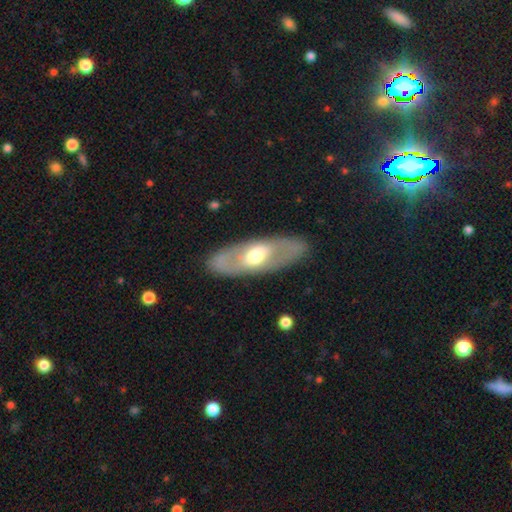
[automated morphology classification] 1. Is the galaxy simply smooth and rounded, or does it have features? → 59% featured or disk, 36% smooth, 5% star or artifact.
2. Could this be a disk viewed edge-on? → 78% no, 22% yes.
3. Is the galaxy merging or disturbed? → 86% none, 9% minor disturbance, 4% major disturbance, 1% merger.